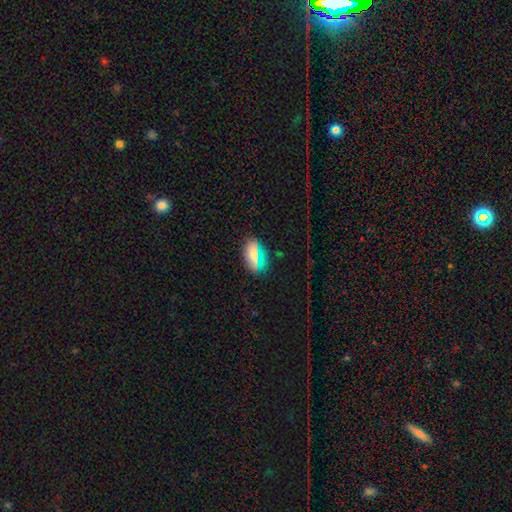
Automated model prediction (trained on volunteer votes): Smooth or featured? smooth (67%)
How rounded? in between (85%)
Merging? none (83%)